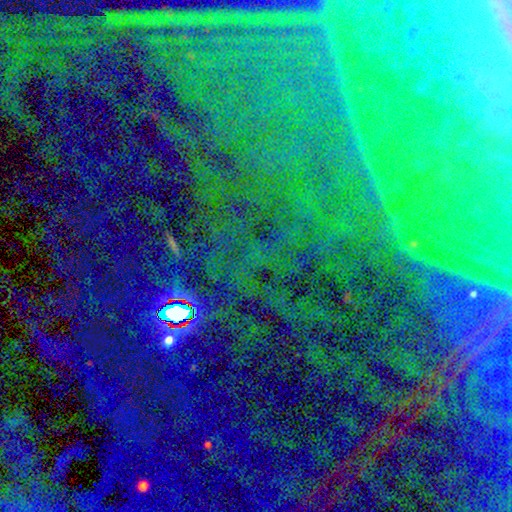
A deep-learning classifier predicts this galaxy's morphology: Smooth or featured: star or artifact — 80% (featured or disk — 11%)